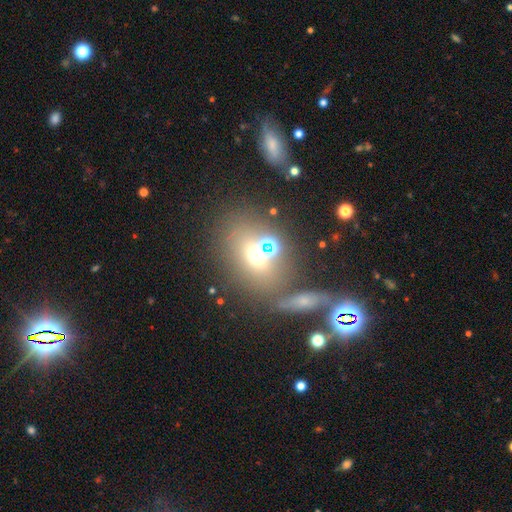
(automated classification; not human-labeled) The model was most divided on "how rounded": in between: 52%, round: 44%, cigar-shaped: 4%. More confident: merging — none (54%); smooth or featured — smooth (54%).